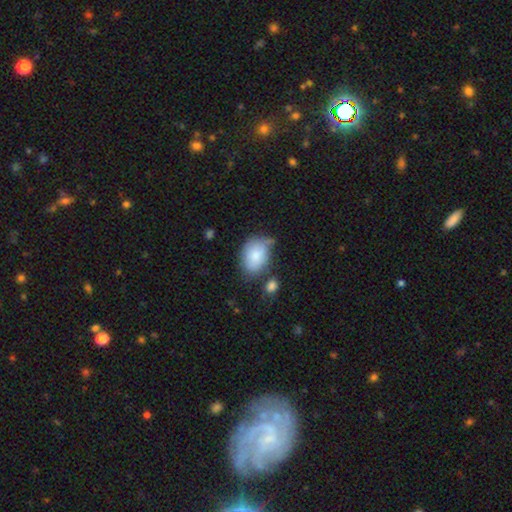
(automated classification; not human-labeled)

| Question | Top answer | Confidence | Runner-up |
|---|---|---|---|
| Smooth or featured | smooth | 79% | featured or disk (14%) |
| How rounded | in between | 78% | round (20%) |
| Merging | none | 46% | minor disturbance (32%) |